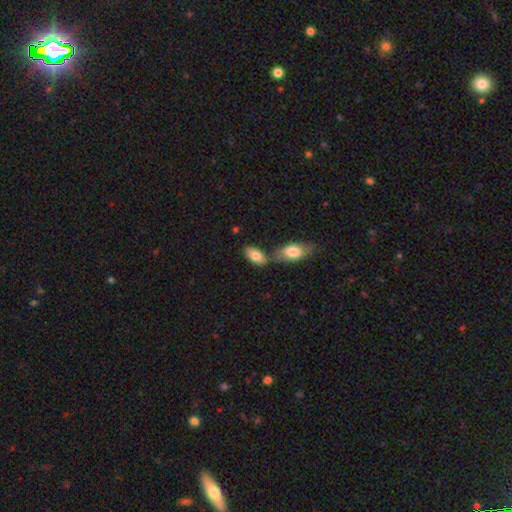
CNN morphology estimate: The model was most divided on "merging": none: 51%, merger: 33%, minor disturbance: 12%, major disturbance: 4%. More confident: how rounded — in between (92%); smooth or featured — smooth (79%).